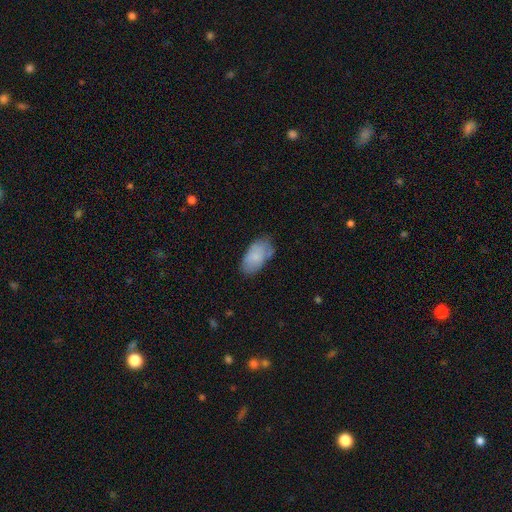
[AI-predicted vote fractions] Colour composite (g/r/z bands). It shows a smooth galaxy with no disk features (81%) that is in between round and cigar-shaped (95%). Merging: none (64%).